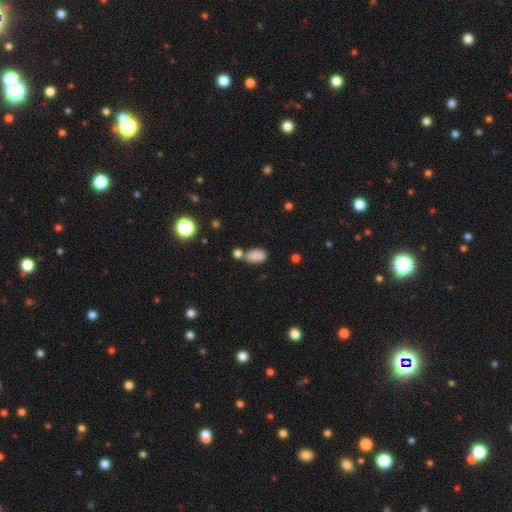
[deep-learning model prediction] This appears to be a smooth galaxy with no disk features (82%) that is in between round and cigar-shaped (91%). Merging: none (51%).